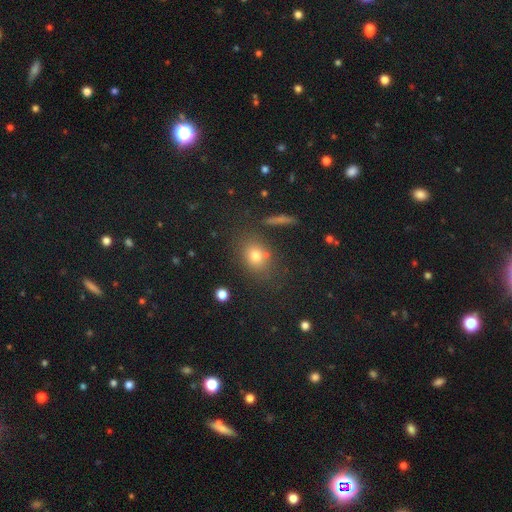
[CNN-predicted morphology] A smooth galaxy with no disk features (72%) that is round (51%).

Vote fractions:
- Smooth or featured? smooth: 72% / star or artifact: 17% / featured or disk: 11%
- How rounded? round: 51% / in between: 47% / cigar-shaped: 2%
- Merging? none: 75% / minor disturbance: 12% / merger: 8% / major disturbance: 5%